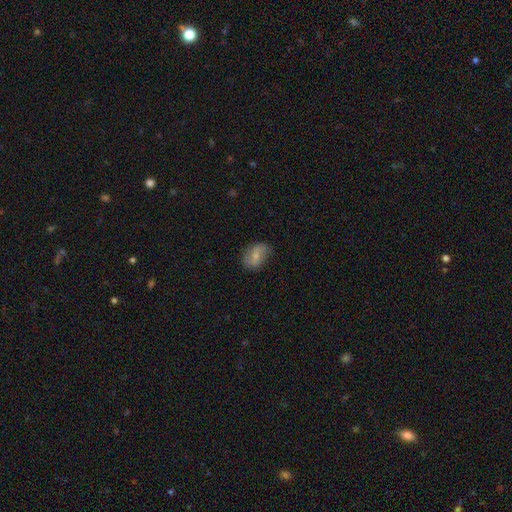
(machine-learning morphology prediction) A smooth galaxy with no disk features (58%) that is in between round and cigar-shaped (80%).

Vote fractions:
- Smooth or featured? smooth: 58% / featured or disk: 34% / star or artifact: 8%
- How rounded? in between: 80% / round: 19% / cigar-shaped: 2%
- Merging? none: 73% / minor disturbance: 21% / major disturbance: 5% / merger: 1%